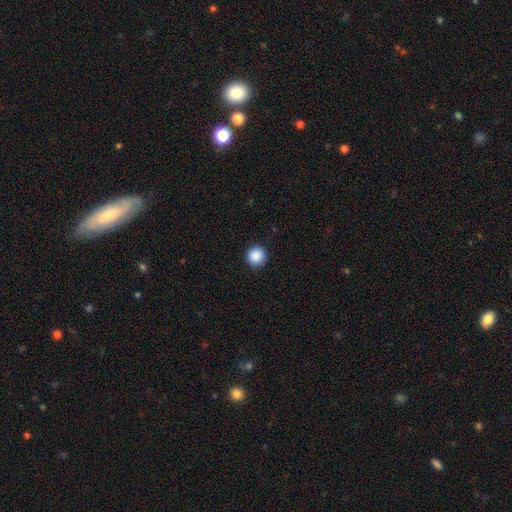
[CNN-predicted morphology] Overall: smooth (89%). How rounded: round (95%). Merging: none (92%).